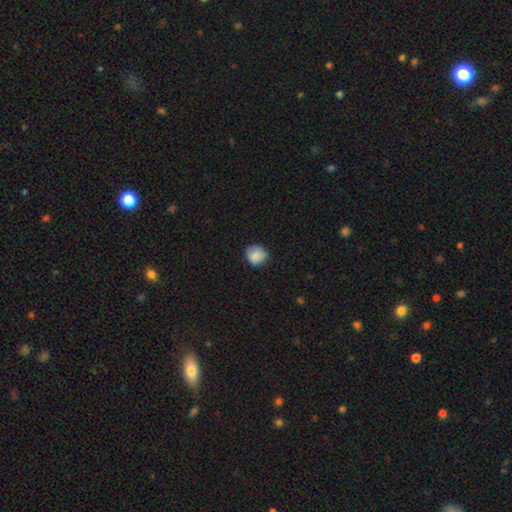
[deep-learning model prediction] smooth-or-featured: smooth: 85% | star or artifact: 8% | featured or disk: 7%
  how-rounded: round: 82% | in between: 17% | cigar-shaped: 1%
  merging: none: 78% | minor disturbance: 18% | major disturbance: 3% | merger: 1%